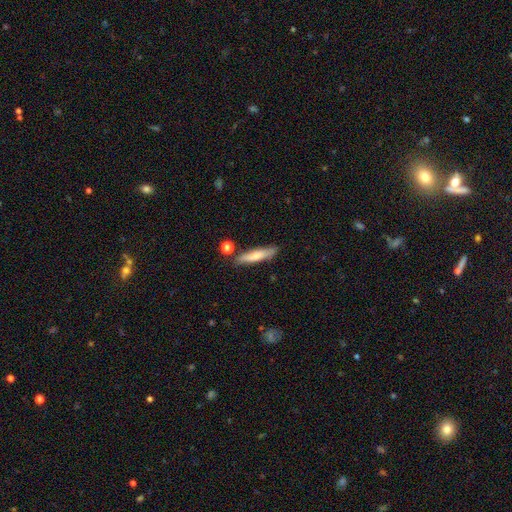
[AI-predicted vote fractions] This is likely a smooth galaxy (70%). How rounded: clearly cigar-shaped (84%). Merging: likely none (79%).